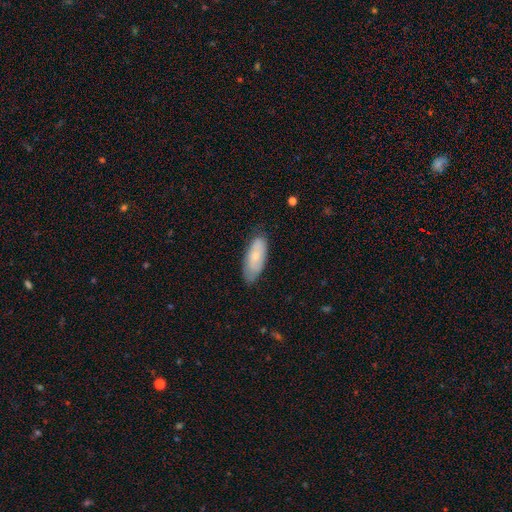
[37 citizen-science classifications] This appears to be a smooth galaxy with no disk features (68%) that is in between round and cigar-shaped (80%). Merging: none (74%).